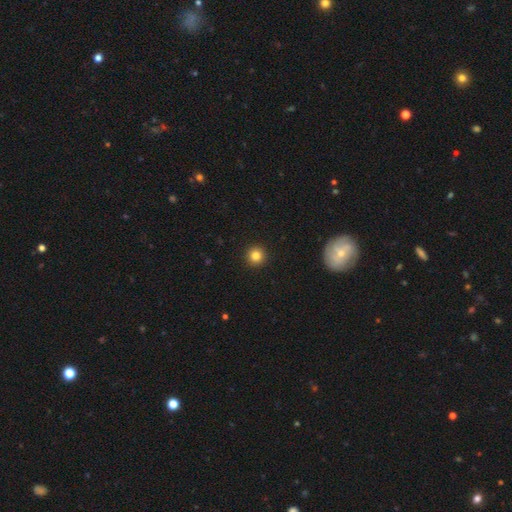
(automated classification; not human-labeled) The model was most divided on "smooth or featured": smooth: 83%, star or artifact: 11%, featured or disk: 5%. More confident: how rounded — round (96%); merging — none (94%).